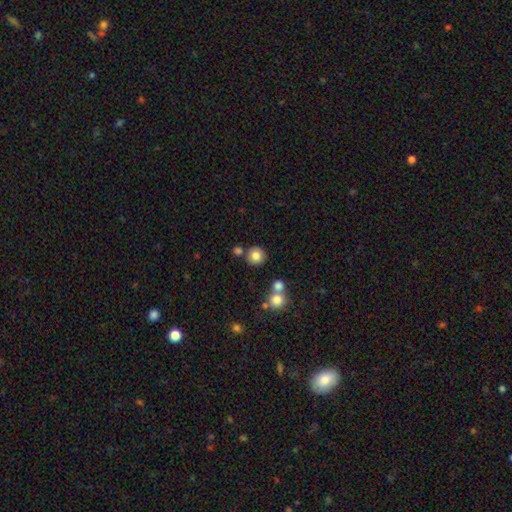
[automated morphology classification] smooth-or-featured: smooth: 82% | star or artifact: 11% | featured or disk: 8%
  how-rounded: round: 92% | in between: 7% | cigar-shaped: 1%
  merging: none: 79% | merger: 9% | minor disturbance: 8% | major disturbance: 3%